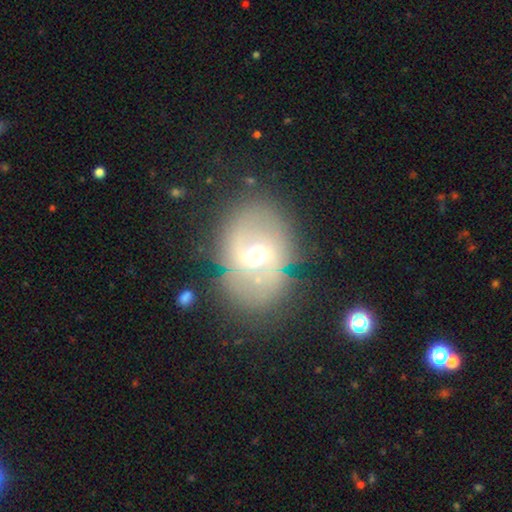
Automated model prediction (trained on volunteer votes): Smooth or featured?
  - featured or disk: 62% *
  - smooth: 27%
  - star or artifact: 11%
Edge-on disk?
  - no: 95% *
  - yes: 5%
Bar?
  - weak: 44% *
  - no: 41%
  - strong: 15%
Spiral arms?
  - yes: 56% *
  - no: 44%
Bulge size?
  - moderate: 70% *
  - large: 15%
  - small: 12%
  - dominant: 2%
  - none: 1%
Merging?
  - none: 68% *
  - minor disturbance: 18%
  - major disturbance: 10%
  - merger: 4%